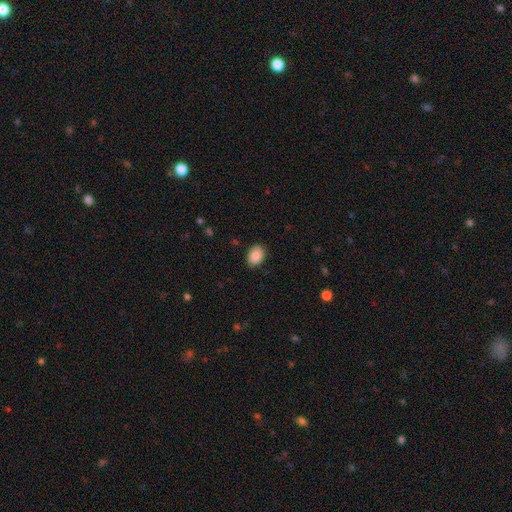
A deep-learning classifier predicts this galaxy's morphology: This appears to be a smooth galaxy with no disk features (90%) that is in between round and cigar-shaped (78%). Merging: none (87%).